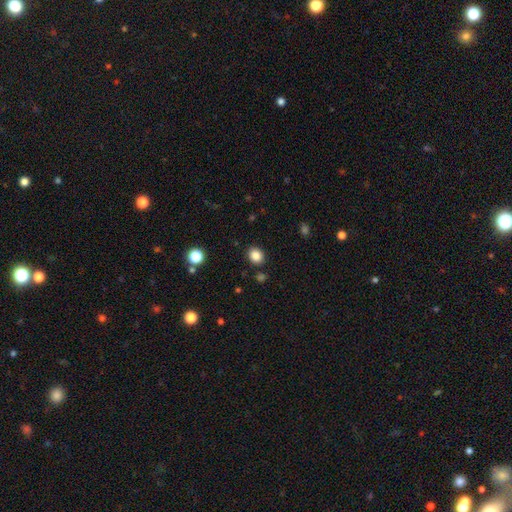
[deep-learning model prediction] The model was most divided on "how rounded": round: 63%, in between: 36%, cigar-shaped: 1%. More confident: merging — none (88%); smooth or featured — smooth (85%).